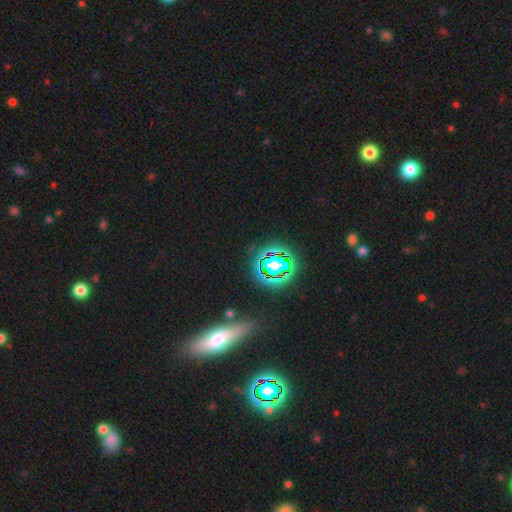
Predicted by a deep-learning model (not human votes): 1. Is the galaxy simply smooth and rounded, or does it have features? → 47% star or artifact, 28% smooth, 25% featured or disk.